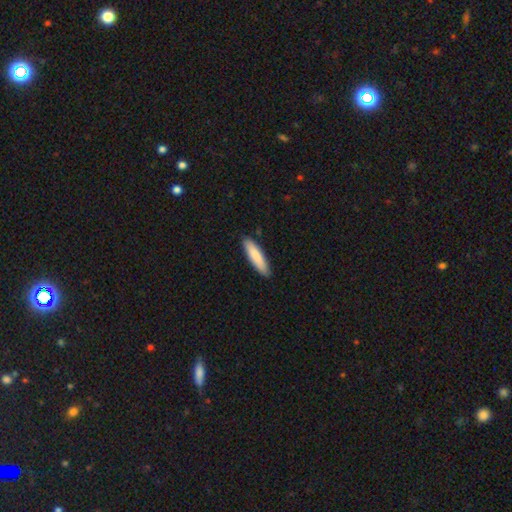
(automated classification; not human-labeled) Morphology: type=smooth (85%); roundness=cigar-shaped (75%); merging=none (88%).